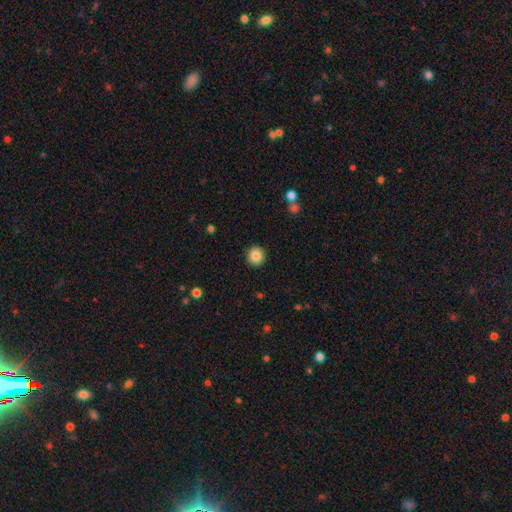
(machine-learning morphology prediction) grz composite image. It shows a smooth galaxy with no disk features (85%) that is round (92%). Merging: none (92%).